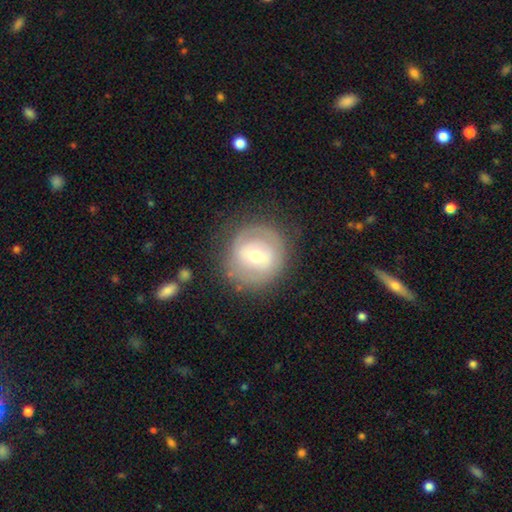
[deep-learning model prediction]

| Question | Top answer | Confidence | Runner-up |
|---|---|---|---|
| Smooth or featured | featured or disk | 59% | smooth (34%) |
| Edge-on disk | no | 96% | yes (4%) |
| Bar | weak | 47% | no (28%) |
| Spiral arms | yes | 56% | no (44%) |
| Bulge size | moderate | 60% | small (33%) |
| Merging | none | 79% | minor disturbance (13%) |